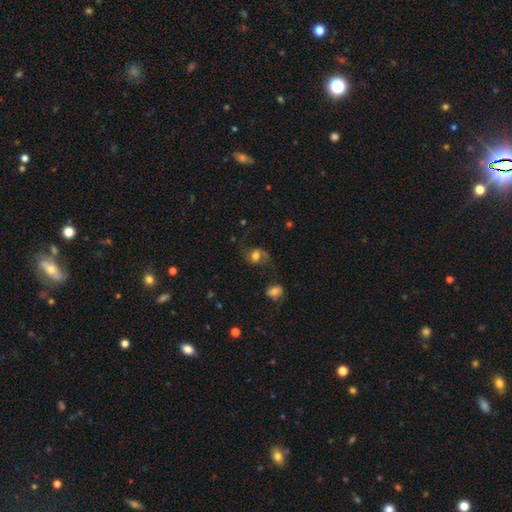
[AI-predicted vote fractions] Smooth or featured? Predicted: featured or disk (p=0.54). Edge-on disk? Predicted: no (p=0.97). Bar? Predicted: no (p=0.52). Spiral arms? Predicted: yes (p=0.87). Bulge size? Predicted: moderate (p=0.53). Merging? Predicted: none (p=0.61).